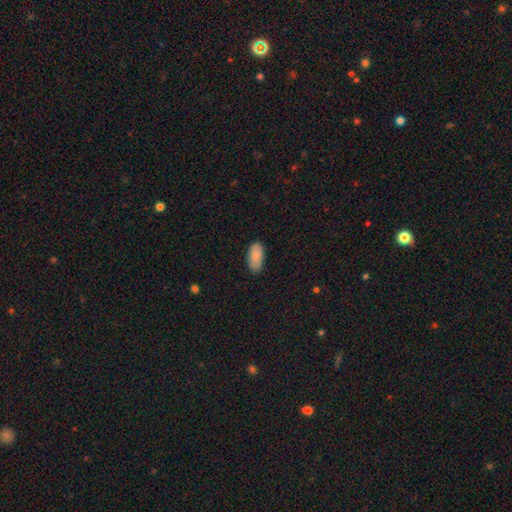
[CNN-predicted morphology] A smooth galaxy with no disk features (88%) that is in between round and cigar-shaped (91%).

Vote fractions:
- Smooth or featured? smooth: 88% / star or artifact: 6% / featured or disk: 6%
- How rounded? in between: 91% / cigar-shaped: 7% / round: 2%
- Merging? none: 81% / minor disturbance: 15% / major disturbance: 3% / merger: 1%